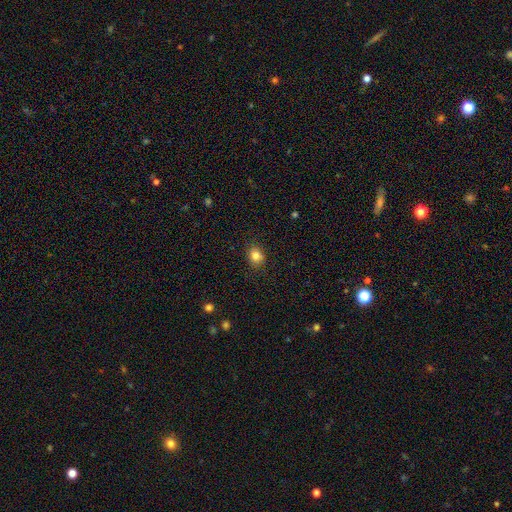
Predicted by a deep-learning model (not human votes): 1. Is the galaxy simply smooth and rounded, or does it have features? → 82% smooth, 11% star or artifact, 6% featured or disk.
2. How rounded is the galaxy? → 62% round, 37% in between, 1% cigar-shaped.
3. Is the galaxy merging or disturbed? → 87% none, 10% minor disturbance, 2% major disturbance, 1% merger.